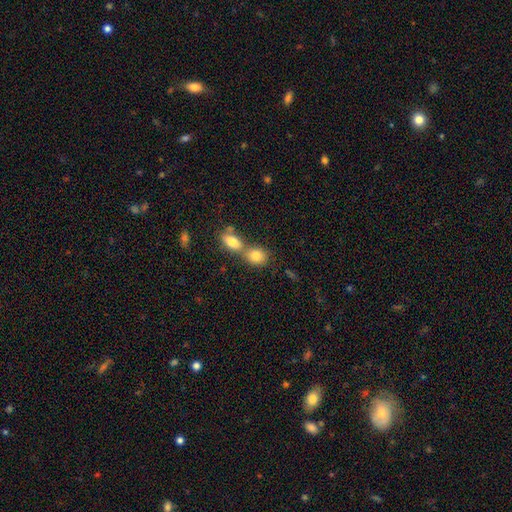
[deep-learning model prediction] smooth_or_featured: smooth (p=0.81) [alt: featured or disk p=0.10]
how_rounded: round (p=0.50) [alt: in between p=0.48]
merging: merger (p=0.53) [alt: none p=0.37]